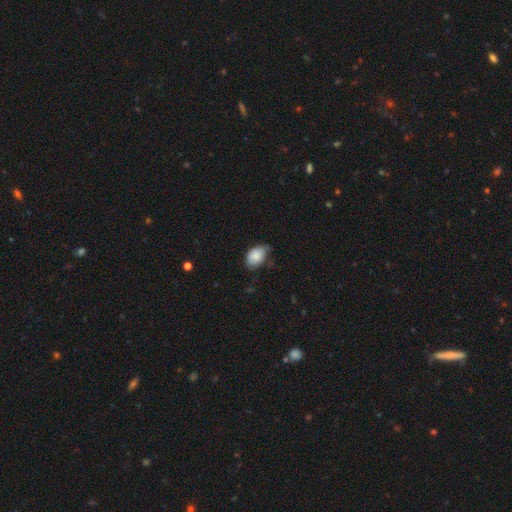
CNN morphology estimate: A smooth galaxy with no disk features (84%) that is in between round and cigar-shaped (87%). Merging: none (56%).